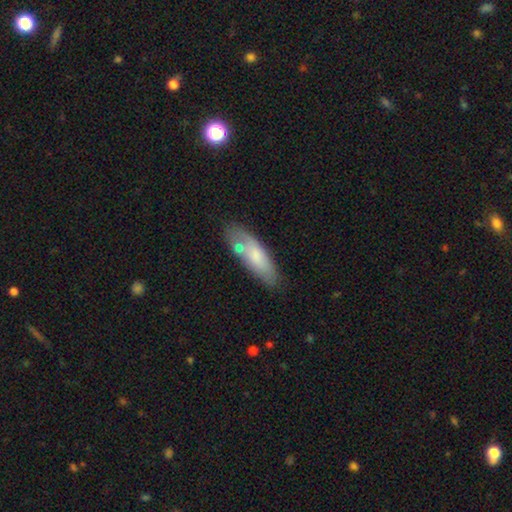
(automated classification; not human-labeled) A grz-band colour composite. It shows a smooth galaxy with no disk features (70%) that is in between round and cigar-shaped (55%). Merging: none (66%).